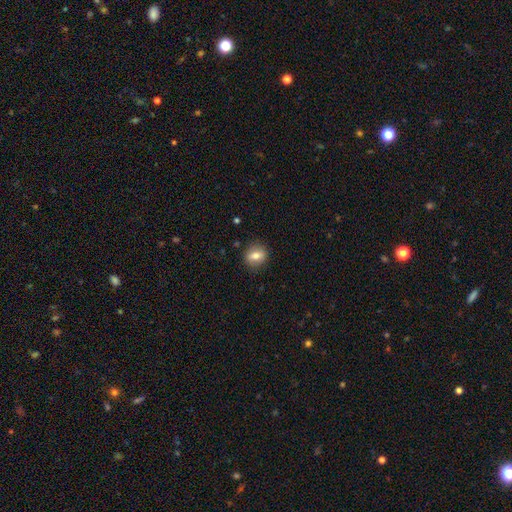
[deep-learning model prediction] Smooth or featured: smooth — 73% (featured or disk — 18%)
How rounded: round — 60% (in between — 38%)
Merging: none — 87% (minor disturbance — 10%)